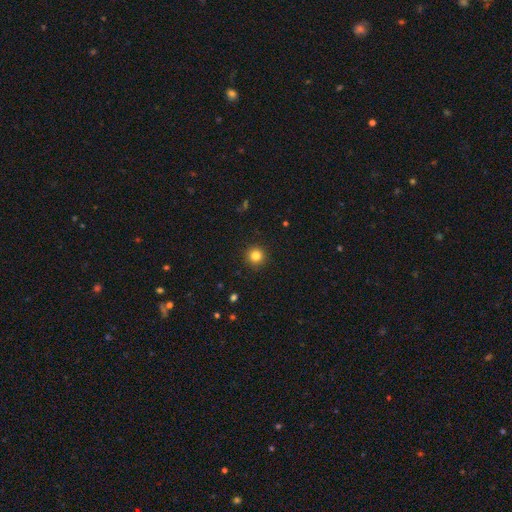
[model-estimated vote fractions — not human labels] The model was most divided on "smooth or featured": smooth: 83%, star or artifact: 12%, featured or disk: 5%. More confident: how rounded — round (96%); merging — none (92%).